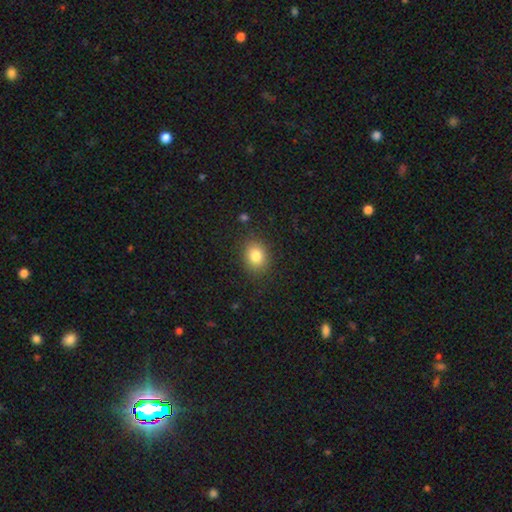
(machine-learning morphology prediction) Smooth or featured? smooth (83%)
How rounded? round (54%)
Merging? none (86%)